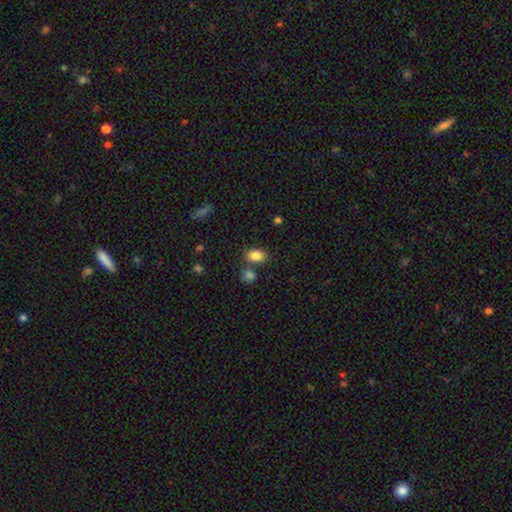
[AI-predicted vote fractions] Smooth or featured: smooth — 85% (star or artifact — 9%)
How rounded: in between — 77% (round — 22%)
Merging: none — 70% (merger — 14%)